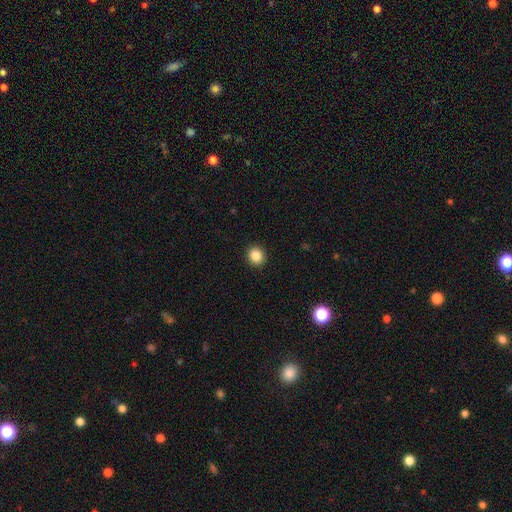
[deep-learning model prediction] A smooth galaxy with no disk features (86%) that is round (81%).

Vote fractions:
- Smooth or featured? smooth: 86% / star or artifact: 10% / featured or disk: 4%
- How rounded? round: 81% / in between: 19% / cigar-shaped: 1%
- Merging? none: 92% / minor disturbance: 5% / major disturbance: 2% / merger: 1%